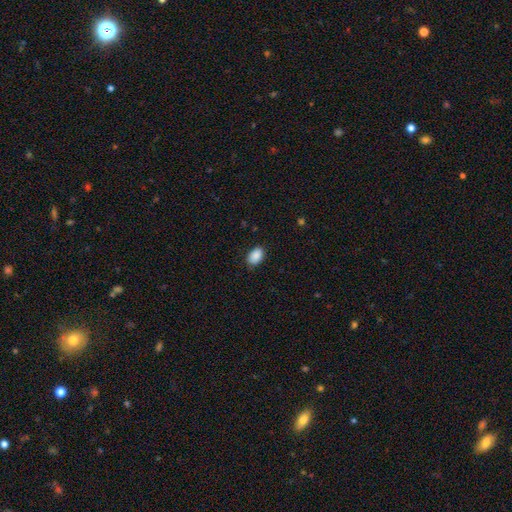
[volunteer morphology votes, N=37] A smooth galaxy with no disk features (89%) that is in between round and cigar-shaped (91%). Merging: none (85%).